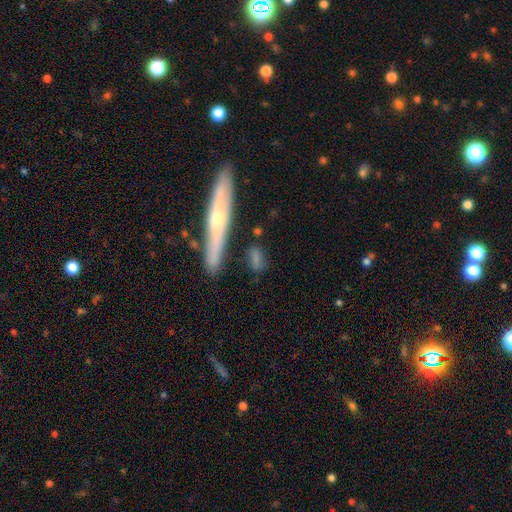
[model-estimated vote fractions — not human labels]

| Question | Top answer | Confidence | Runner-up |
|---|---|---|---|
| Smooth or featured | smooth | 58% | featured or disk (35%) |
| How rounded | cigar-shaped | 65% | in between (28%) |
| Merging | none | 76% | minor disturbance (14%) |